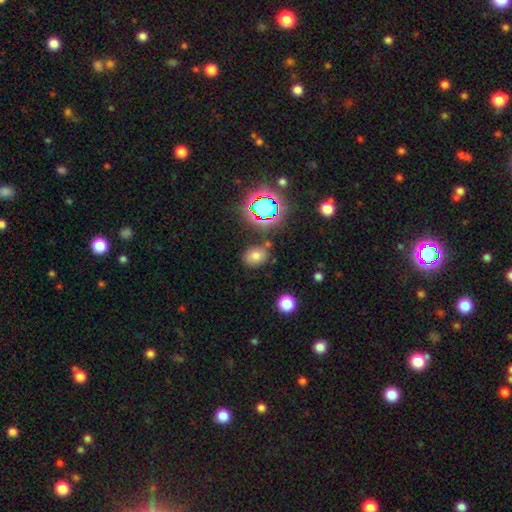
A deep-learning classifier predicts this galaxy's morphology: Smooth or featured?
  - smooth: 68% *
  - star or artifact: 21%
  - featured or disk: 11%
How rounded?
  - in between: 61% *
  - round: 38%
  - cigar-shaped: 1%
Merging?
  - none: 77% *
  - minor disturbance: 14%
  - merger: 6%
  - major disturbance: 4%